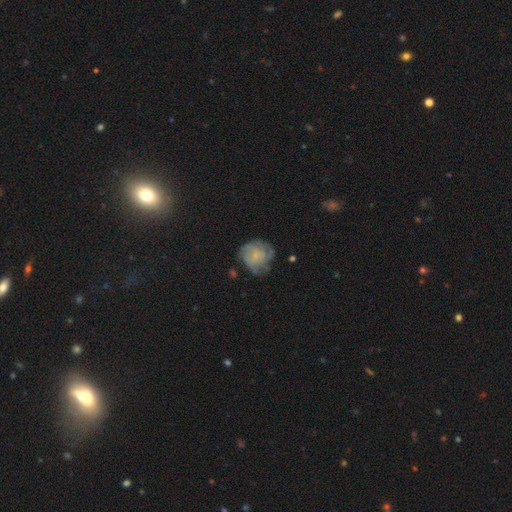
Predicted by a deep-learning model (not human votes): This appears to be a featured or disk galaxy (57%) with no bar (76%), spiral arms (80%) and a small central bulge (54%). Merging: none (60%).